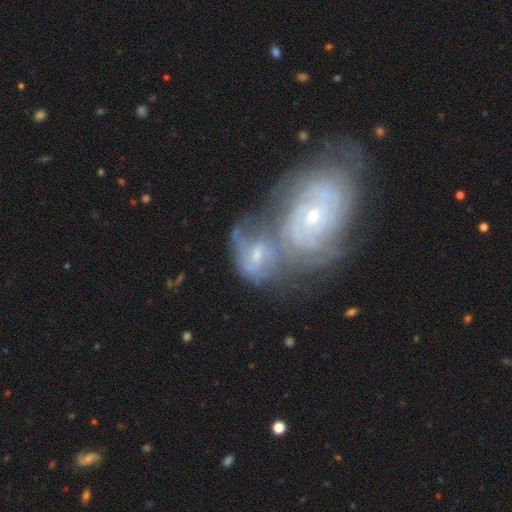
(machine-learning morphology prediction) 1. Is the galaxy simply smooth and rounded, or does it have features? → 71% featured or disk, 19% smooth, 10% star or artifact.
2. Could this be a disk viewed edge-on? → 96% no, 4% yes.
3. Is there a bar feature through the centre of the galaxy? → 47% no, 39% weak, 14% strong.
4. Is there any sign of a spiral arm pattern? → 80% yes, 20% no.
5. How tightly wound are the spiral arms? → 60% tight, 29% medium, 11% loose.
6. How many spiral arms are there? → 46% can't tell, 17% 3, 15% 2, 10% 4, 6% more than 4, 6% 1.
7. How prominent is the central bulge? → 46% small, 42% moderate, 7% none, 4% large, 2% dominant.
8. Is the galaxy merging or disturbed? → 72% merger, 13% none, 8% major disturbance, 7% minor disturbance.